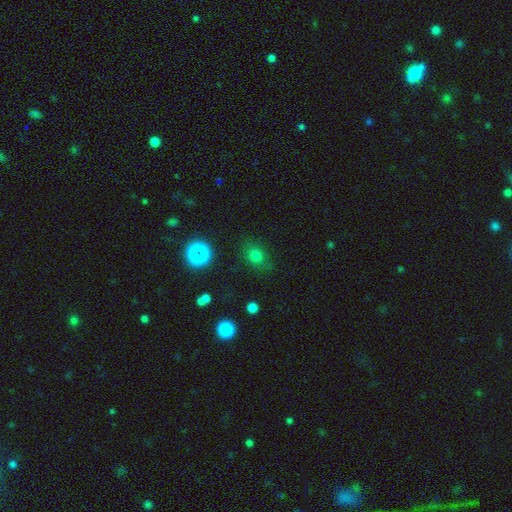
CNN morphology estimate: This is likely a smooth galaxy (74%). How rounded: likely round (64%). Merging: clearly none (80%).